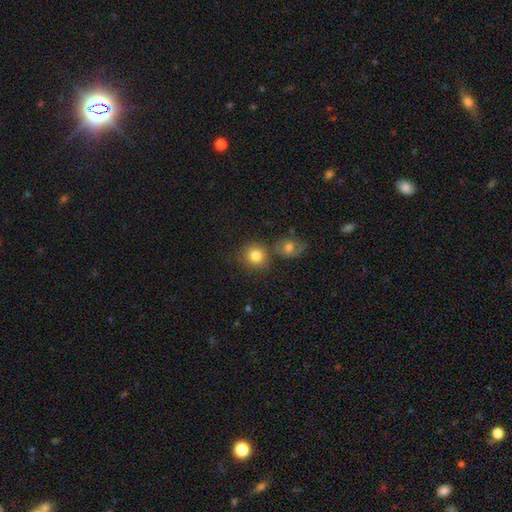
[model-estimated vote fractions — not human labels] A smooth galaxy with no disk features (83%) that is round (87%).

Vote fractions:
- Smooth or featured? smooth: 83% / star or artifact: 10% / featured or disk: 7%
- How rounded? round: 87% / in between: 12% / cigar-shaped: 1%
- Merging? none: 68% / merger: 18% / minor disturbance: 10% / major disturbance: 4%